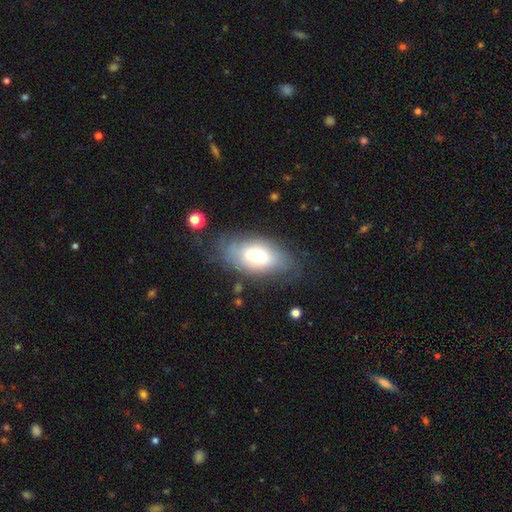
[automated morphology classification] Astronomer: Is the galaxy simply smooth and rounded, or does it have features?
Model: smooth — 59% (runner-up: featured or disk, 34%).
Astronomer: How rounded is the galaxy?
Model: in between — 92%.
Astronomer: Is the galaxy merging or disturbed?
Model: none — 64%.